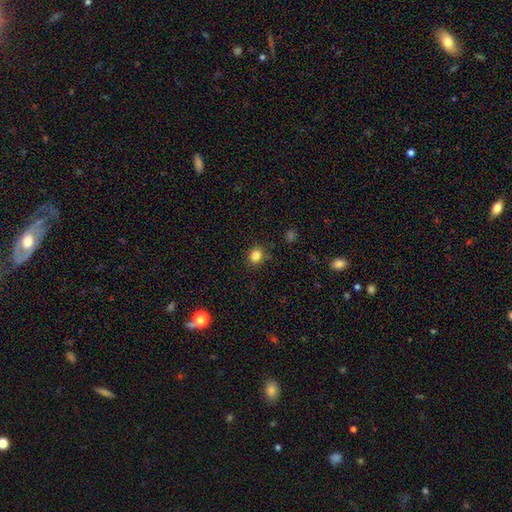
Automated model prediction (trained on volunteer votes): This is clearly a smooth galaxy (83%). How rounded: likely round (71%). Merging: clearly none (86%).